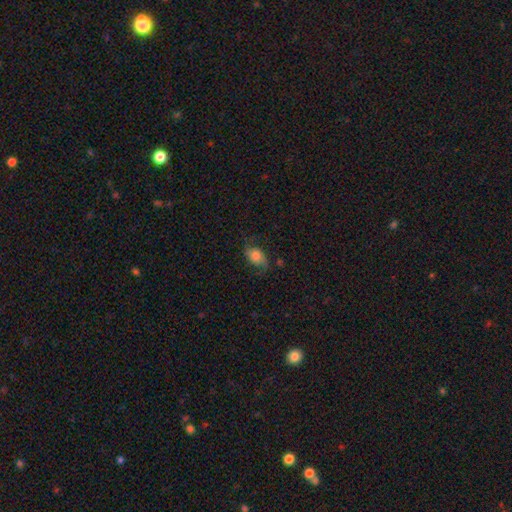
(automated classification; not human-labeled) featured or disk 47%, smooth 42%, star or artifact 10%. Down the decision tree: merging — none (65%).